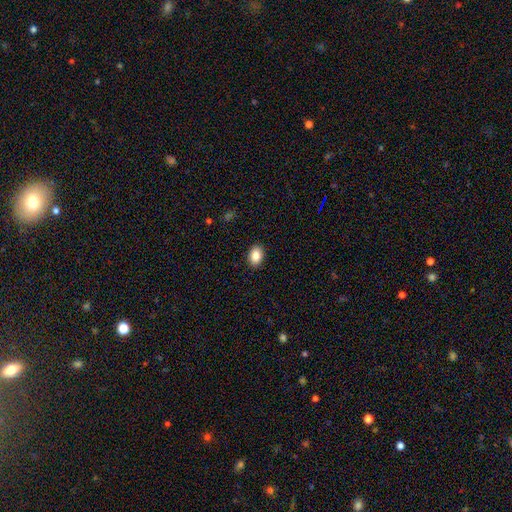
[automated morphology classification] smooth_or_featured: smooth (p=0.86) [alt: star or artifact p=0.08]
how_rounded: in between (p=0.79) [alt: round p=0.20]
merging: none (p=0.90) [alt: minor disturbance p=0.07]